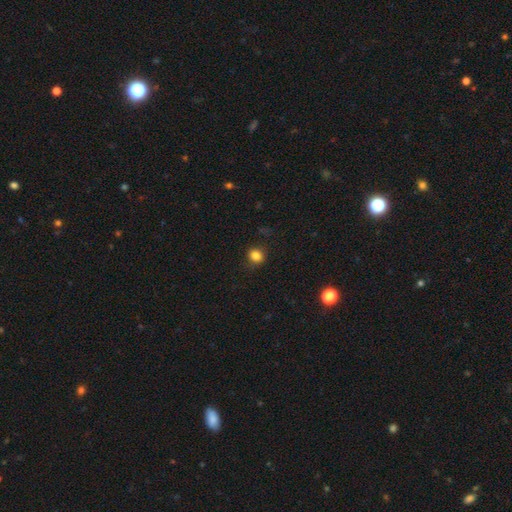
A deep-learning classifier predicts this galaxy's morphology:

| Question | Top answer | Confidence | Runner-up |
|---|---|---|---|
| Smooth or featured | smooth | 83% | star or artifact (12%) |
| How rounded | round | 76% | in between (23%) |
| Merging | none | 85% | minor disturbance (11%) |